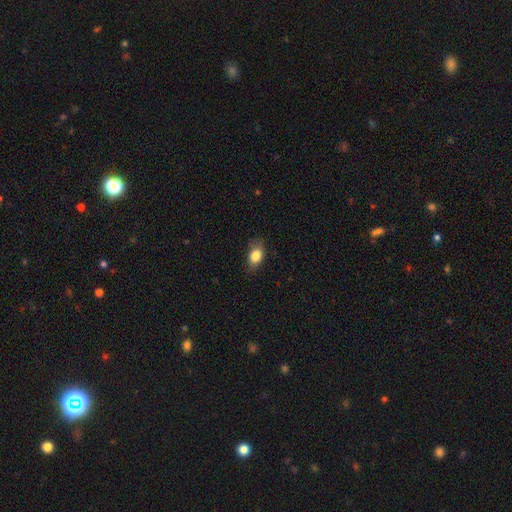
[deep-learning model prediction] Smooth or featured? Predicted: smooth (p=0.82). How rounded? Predicted: in between (p=0.80). Merging? Predicted: none (p=0.72).